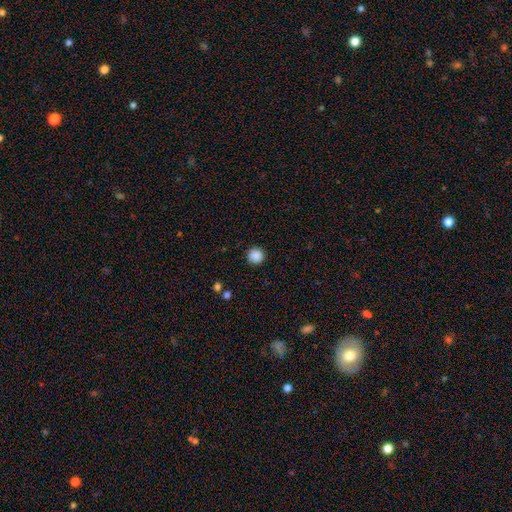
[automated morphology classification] This appears to be a smooth galaxy with no disk features (87%) that is round (95%). Merging: none (90%).